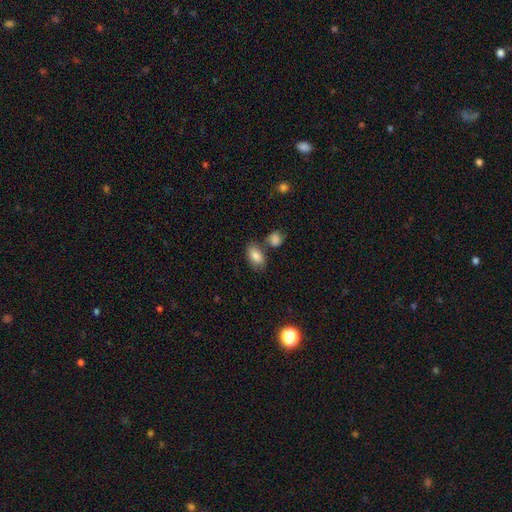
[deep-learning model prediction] Smooth or featured?
  - smooth: 84% *
  - featured or disk: 8%
  - star or artifact: 8%
How rounded?
  - in between: 91% *
  - round: 7%
  - cigar-shaped: 2%
Merging?
  - none: 67% *
  - merger: 15%
  - minor disturbance: 14%
  - major disturbance: 4%